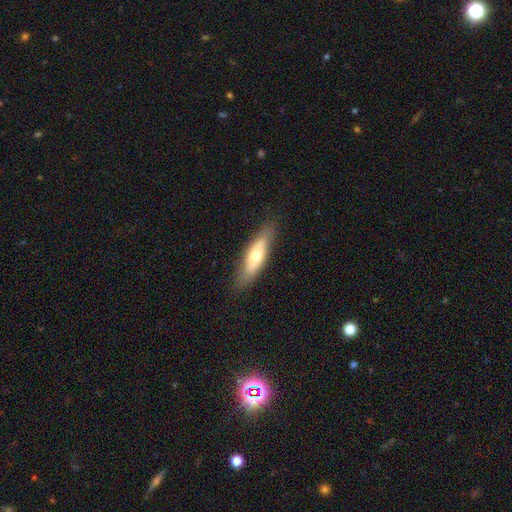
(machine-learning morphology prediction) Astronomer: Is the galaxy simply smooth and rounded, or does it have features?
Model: smooth — 57% (runner-up: featured or disk, 38%).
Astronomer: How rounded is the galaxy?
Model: in between — 49% (runner-up: cigar-shaped, 48%).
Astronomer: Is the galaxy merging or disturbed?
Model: none — 82%.